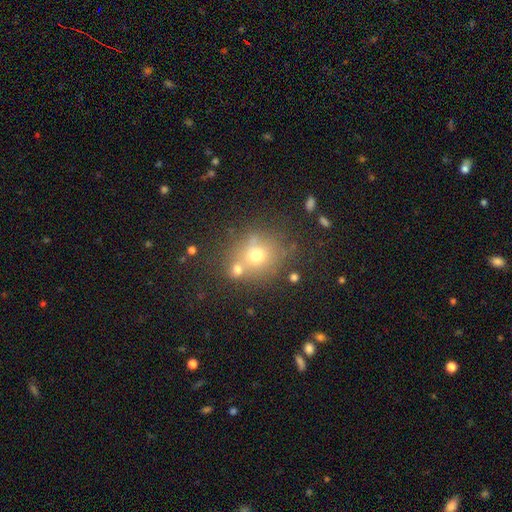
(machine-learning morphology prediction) Q: Smooth or featured?
A: smooth (64%); runner-up: star or artifact (19%)
Q: How rounded?
A: round (79%); runner-up: in between (20%)
Q: Merging?
A: none (60%); runner-up: merger (23%)